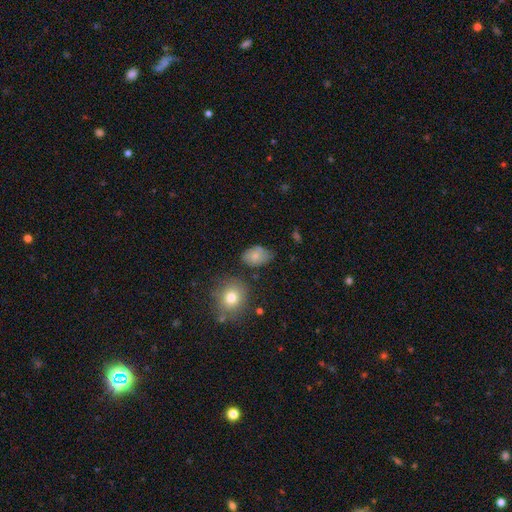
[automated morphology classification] A smooth galaxy with no disk features (76%) that is in between round and cigar-shaped (80%). Merging: none (65%).